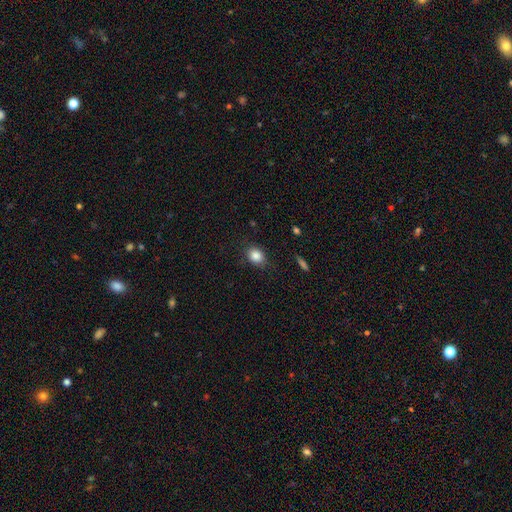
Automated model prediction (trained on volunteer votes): Morphology: type=smooth (85%); roundness=round (52%); merging=none (80%).